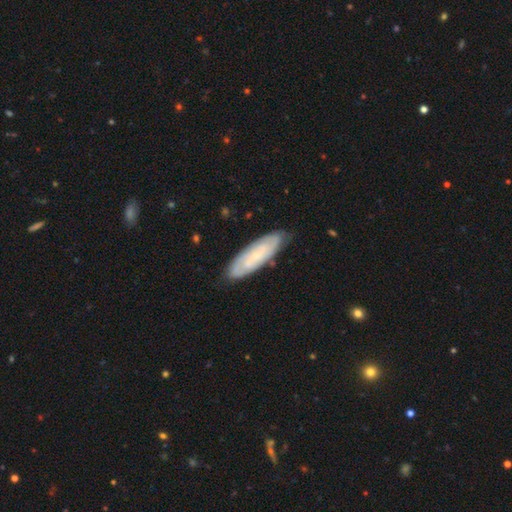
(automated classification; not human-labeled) smooth_or_featured: featured or disk (p=0.52) [alt: smooth p=0.41]
disk_edge_on: no (p=0.78) [alt: yes p=0.22]
merging: none (p=0.80) [alt: minor disturbance p=0.16]